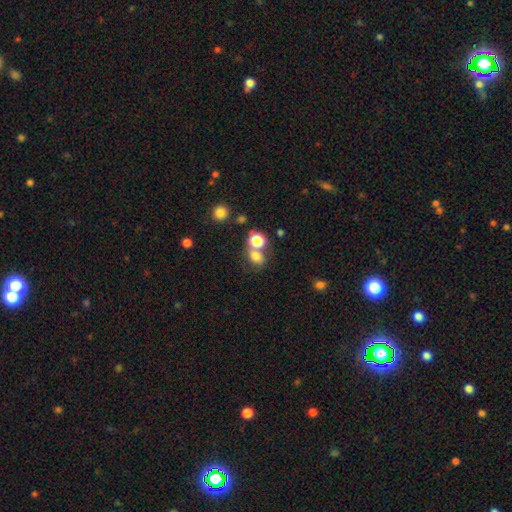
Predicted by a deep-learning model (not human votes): Smooth or featured? smooth (73%)
How rounded? round (55%)
Merging? none (44%)